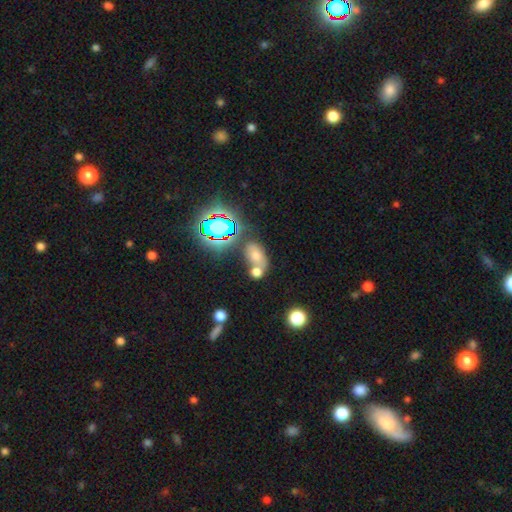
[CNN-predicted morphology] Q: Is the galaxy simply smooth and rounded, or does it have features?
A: smooth — 59%.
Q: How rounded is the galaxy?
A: in between — 82%.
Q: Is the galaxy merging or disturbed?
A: merger — 45%.